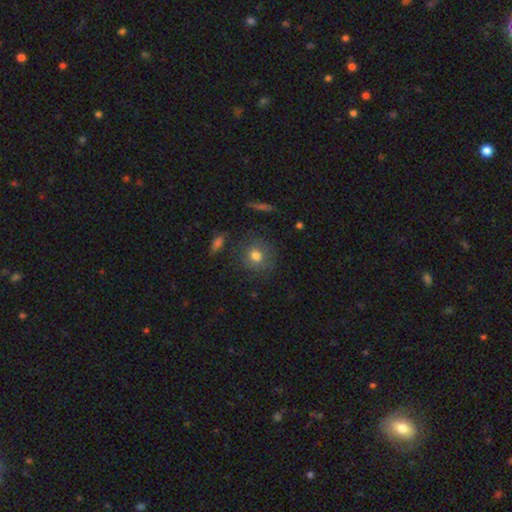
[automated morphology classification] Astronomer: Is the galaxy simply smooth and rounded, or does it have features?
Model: smooth — 74%.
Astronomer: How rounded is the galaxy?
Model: round — 87%.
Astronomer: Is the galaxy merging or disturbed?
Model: none — 80%.